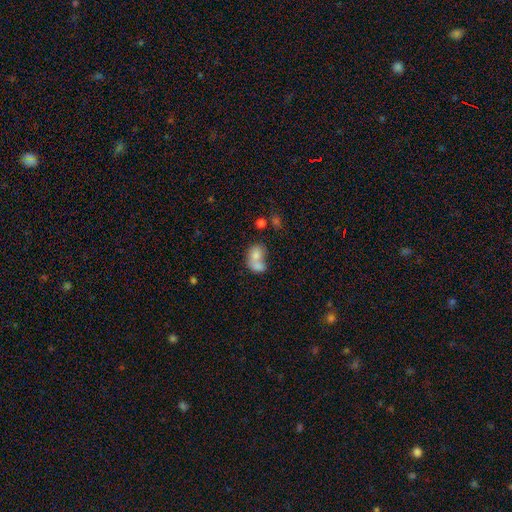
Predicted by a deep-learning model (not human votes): A smooth galaxy with no disk features (75%) that is in between round and cigar-shaped (64%). Merging: merger (67%).